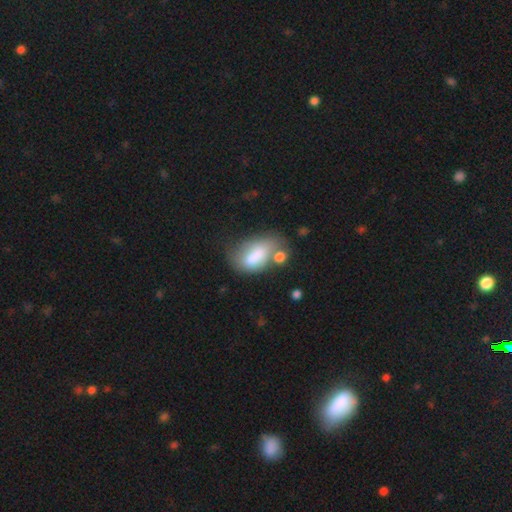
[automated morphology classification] type=smooth (70%); roundness=in between (87%); merging=merger (29%).